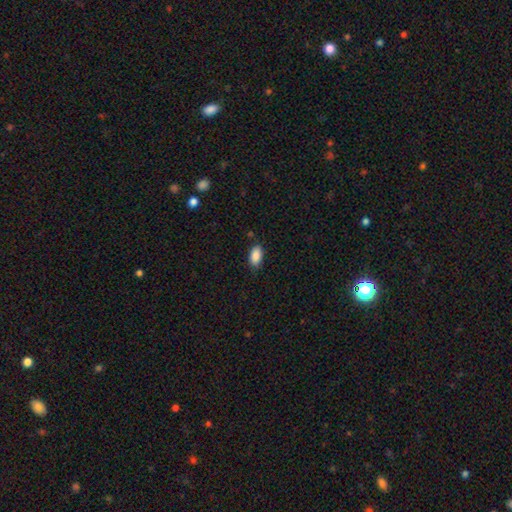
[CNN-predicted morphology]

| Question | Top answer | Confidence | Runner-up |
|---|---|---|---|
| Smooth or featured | smooth | 89% | star or artifact (7%) |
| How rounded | in between | 93% | round (4%) |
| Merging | none | 81% | minor disturbance (15%) |